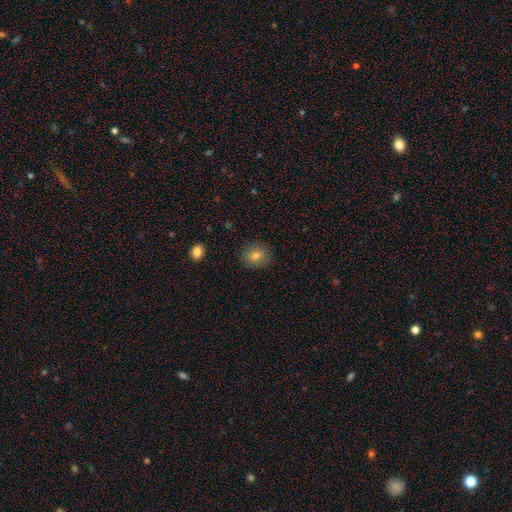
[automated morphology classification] Smooth or featured?
  - smooth: 78% *
  - star or artifact: 12%
  - featured or disk: 10%
How rounded?
  - round: 78% *
  - in between: 21%
  - cigar-shaped: 1%
Merging?
  - none: 88% *
  - minor disturbance: 8%
  - major disturbance: 2%
  - merger: 1%